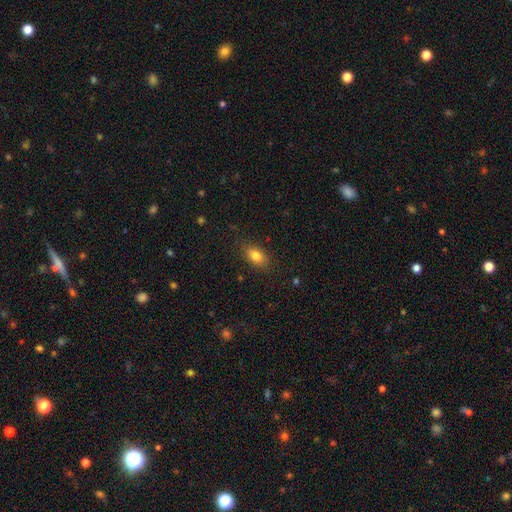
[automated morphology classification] A smooth galaxy with no disk features (83%) that is in between round and cigar-shaped (86%).

Vote fractions:
- Smooth or featured? smooth: 83% / star or artifact: 9% / featured or disk: 8%
- How rounded? in between: 86% / round: 8% / cigar-shaped: 5%
- Merging? none: 84% / minor disturbance: 12% / major disturbance: 3% / merger: 1%